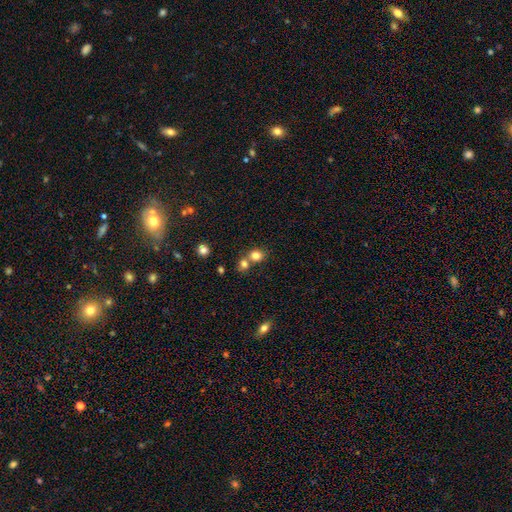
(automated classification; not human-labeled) smooth-or-featured: smooth: 81% | star or artifact: 12% | featured or disk: 7%
  how-rounded: round: 73% | in between: 26% | cigar-shaped: 1%
  merging: none: 49% | merger: 40% | minor disturbance: 7% | major disturbance: 3%